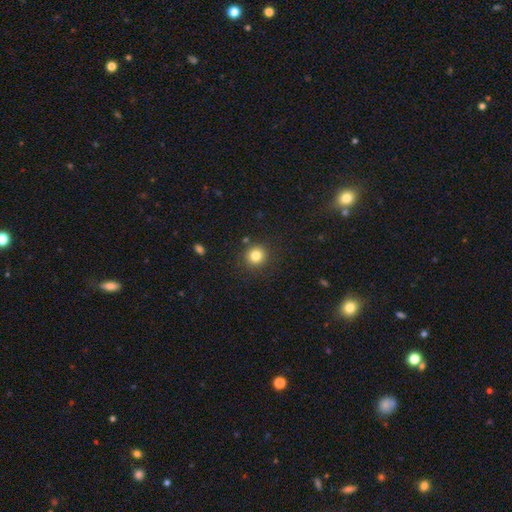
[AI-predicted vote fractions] Morphology: type=smooth (82%); roundness=round (92%); merging=none (88%).